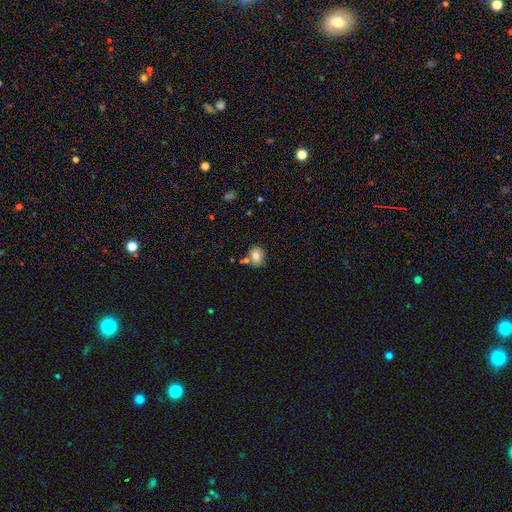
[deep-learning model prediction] Smooth or featured? Predicted: smooth (p=0.79). How rounded? Predicted: in between (p=0.52). Merging? Predicted: none (p=0.66).